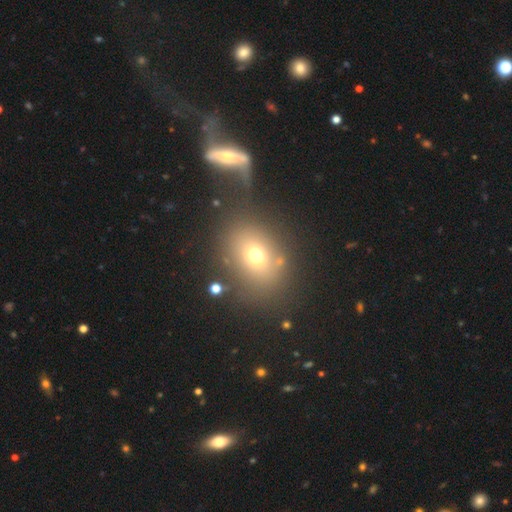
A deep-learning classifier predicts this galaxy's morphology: This is likely a smooth galaxy (68%). How rounded: possibly in between (55%). Merging: likely none (70%).